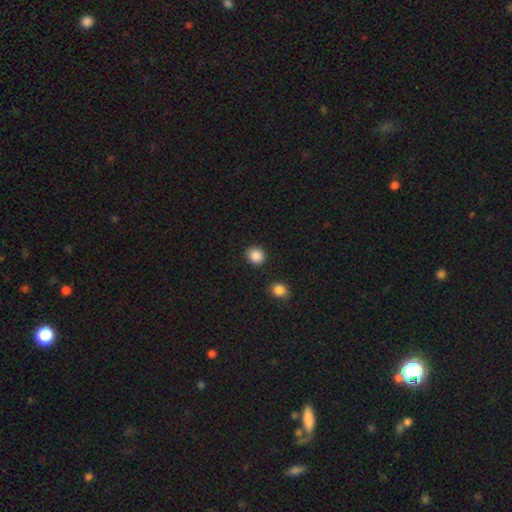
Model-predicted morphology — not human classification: This appears to be a smooth galaxy with no disk features (88%) that is round (87%). Merging: none (88%).